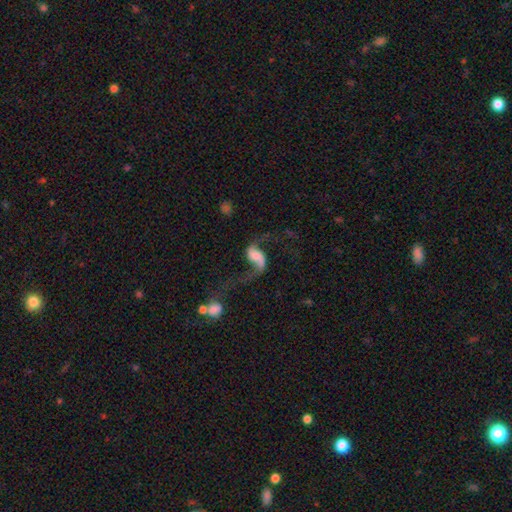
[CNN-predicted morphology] This is clearly a featured or disk galaxy (83%). It is clearly not viewed edge-on (97%). Bar: marginally no (43%). Spiral arm pattern: clearly yes (95%). Spiral arm count: clearly 2 (89%). Spiral winding: clearly loose (90%). Central bulge: marginally moderate (38%). Merging: possibly none (47%).